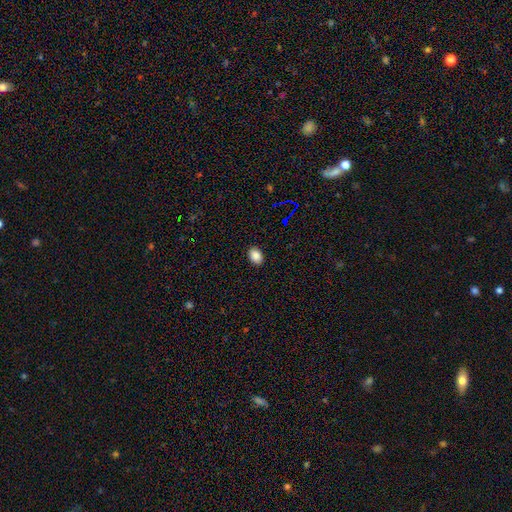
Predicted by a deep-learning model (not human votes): Overall: smooth (87%). How rounded: in between (80%). Merging: none (89%).